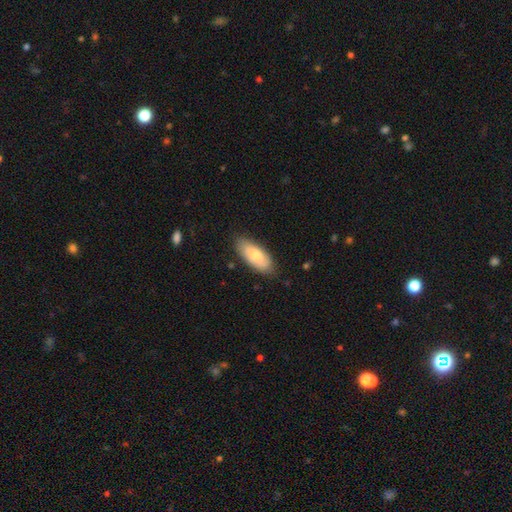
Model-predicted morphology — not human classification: Smooth or featured?
  - smooth: 66% *
  - featured or disk: 28%
  - star or artifact: 6%
How rounded?
  - in between: 87% *
  - cigar-shaped: 11%
  - round: 2%
Merging?
  - none: 78% *
  - minor disturbance: 17%
  - major disturbance: 3%
  - merger: 1%